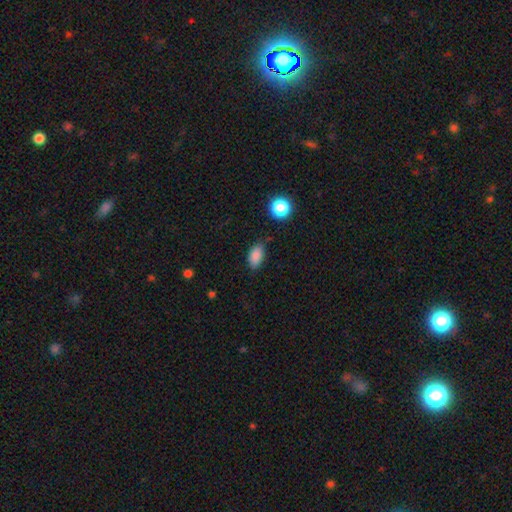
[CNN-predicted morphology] The model was most divided on "merging": none: 77%, minor disturbance: 17%, major disturbance: 3%, merger: 3%. More confident: how rounded — in between (90%); smooth or featured — smooth (86%).